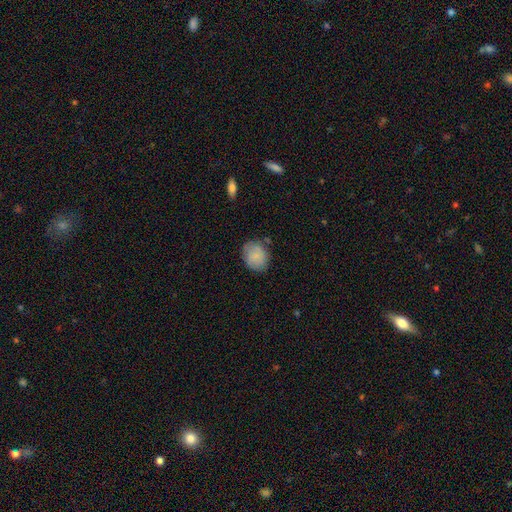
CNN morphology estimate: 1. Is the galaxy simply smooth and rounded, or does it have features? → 82% smooth, 11% featured or disk, 7% star or artifact.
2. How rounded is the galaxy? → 58% round, 41% in between, 1% cigar-shaped.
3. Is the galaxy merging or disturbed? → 74% none, 19% minor disturbance, 4% major disturbance, 3% merger.